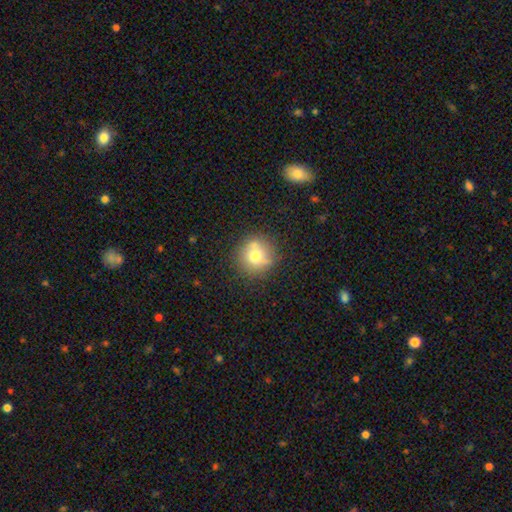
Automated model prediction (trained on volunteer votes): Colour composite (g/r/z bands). It shows a smooth galaxy with no disk features (68%) that is round (92%). Merging: none (75%).